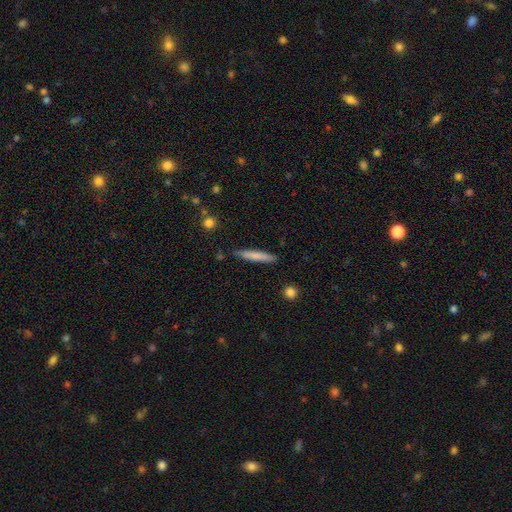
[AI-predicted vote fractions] This appears to be a smooth galaxy with no disk features (72%) that is cigar-shaped (94%). Merging: none (86%).